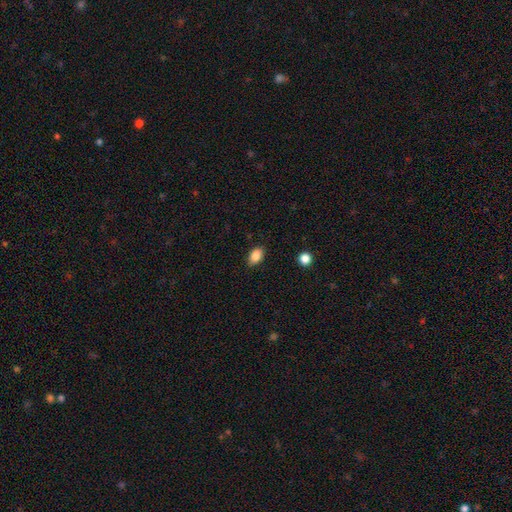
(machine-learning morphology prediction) Overall: smooth (86%). How rounded: in between (84%). Merging: none (84%).